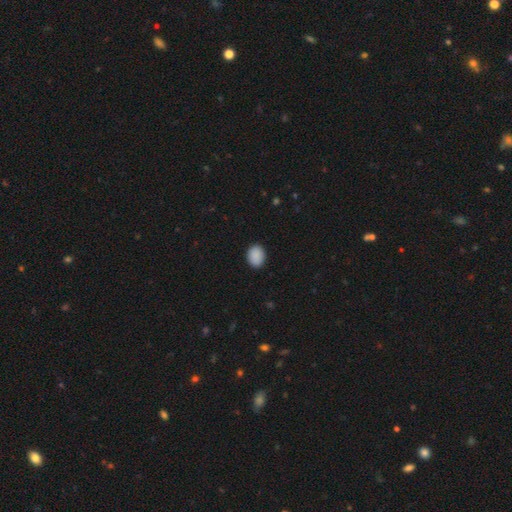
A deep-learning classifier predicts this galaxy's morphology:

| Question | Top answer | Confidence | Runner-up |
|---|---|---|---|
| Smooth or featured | smooth | 90% | star or artifact (8%) |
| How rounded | in between | 54% | round (45%) |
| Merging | none | 90% | minor disturbance (7%) |